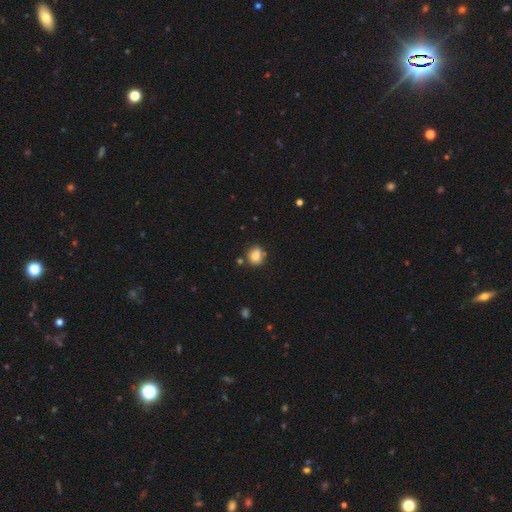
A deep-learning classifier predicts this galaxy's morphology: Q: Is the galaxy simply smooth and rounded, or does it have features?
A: smooth — 82%.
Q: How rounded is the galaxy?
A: round — 59%.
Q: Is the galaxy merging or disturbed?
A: none — 64%.